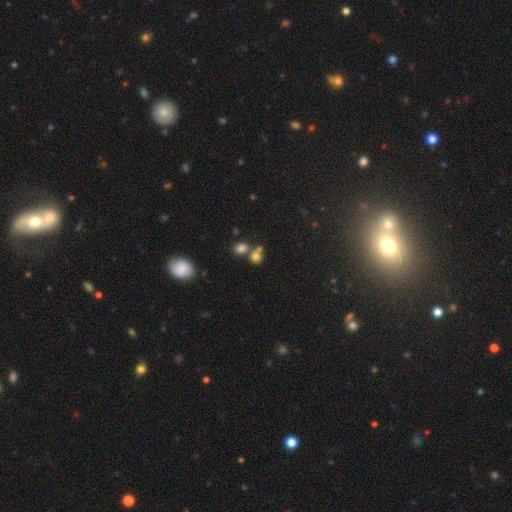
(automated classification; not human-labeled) The model was most divided on "merging": none: 44%, merger: 42%, minor disturbance: 9%, major disturbance: 4%. More confident: smooth or featured — smooth (76%); how rounded — round (69%).